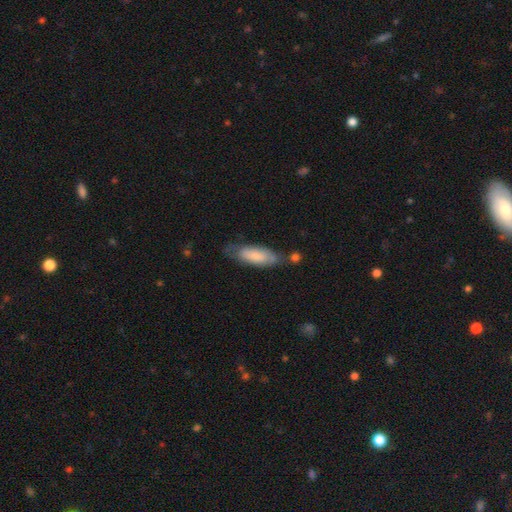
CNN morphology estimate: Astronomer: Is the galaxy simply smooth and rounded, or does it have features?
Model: smooth — 75%.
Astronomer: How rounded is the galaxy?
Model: in between — 60% (runner-up: cigar-shaped, 38%).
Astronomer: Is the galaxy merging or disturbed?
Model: none — 55%.